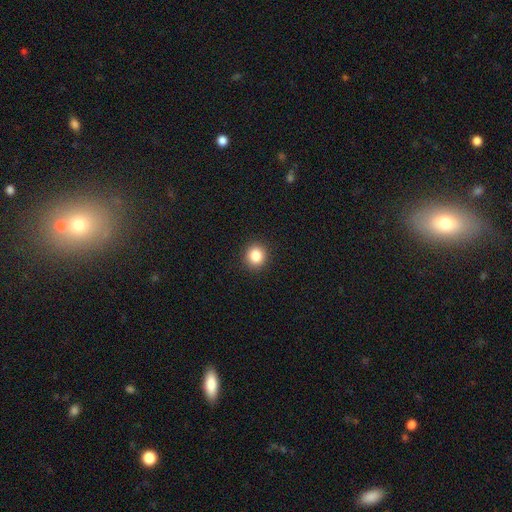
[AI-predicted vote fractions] Smooth or featured?
  - smooth: 85% *
  - star or artifact: 10%
  - featured or disk: 5%
How rounded?
  - round: 88% *
  - in between: 11%
  - cigar-shaped: 1%
Merging?
  - none: 92% *
  - minor disturbance: 5%
  - major disturbance: 2%
  - merger: 1%